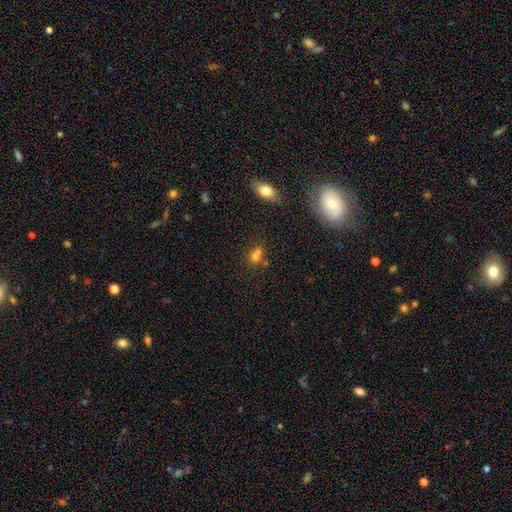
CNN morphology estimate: Overall: smooth (69%). How rounded: round (52%; in between 45%). Merging: none (47%; merger 33%).